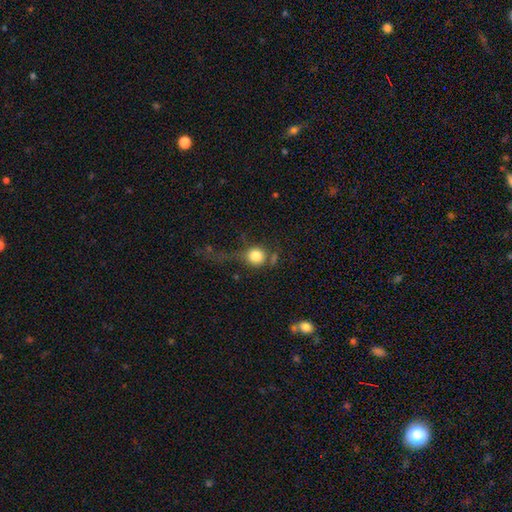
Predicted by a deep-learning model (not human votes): This appears to be a smooth galaxy with no disk features (76%) that is round (85%). Merging: none (40%).